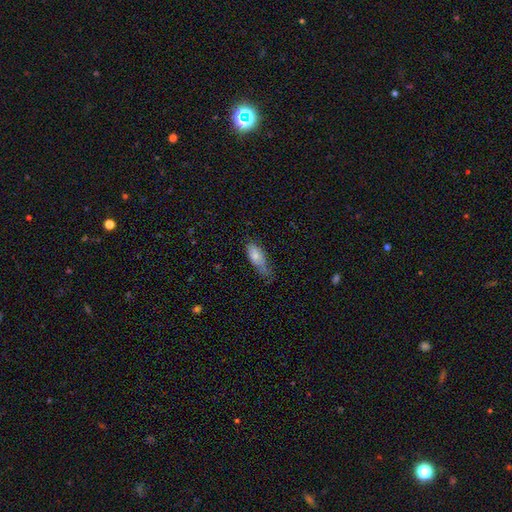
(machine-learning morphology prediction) A smooth galaxy with no disk features (72%) that is in between round and cigar-shaped (80%). Merging: minor disturbance (42%).